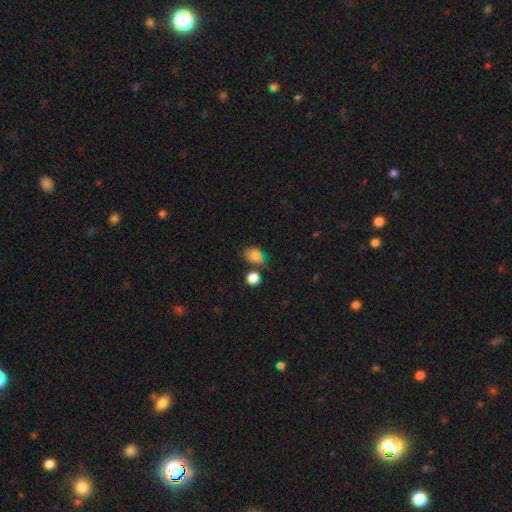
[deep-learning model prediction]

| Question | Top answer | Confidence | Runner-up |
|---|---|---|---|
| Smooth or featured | smooth | 83% | star or artifact (12%) |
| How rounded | in between | 64% | round (34%) |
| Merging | none | 59% | minor disturbance (20%) |